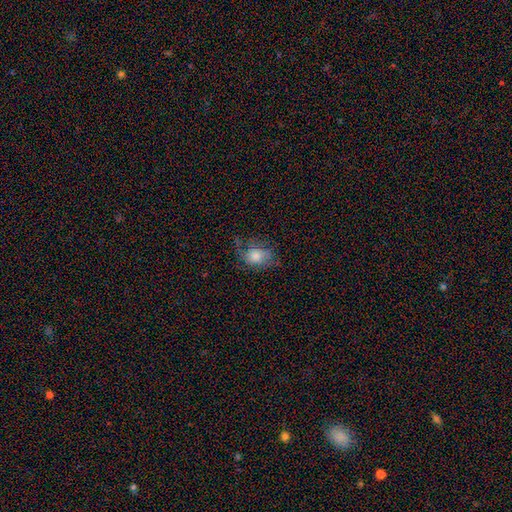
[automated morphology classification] The model was most divided on "merging": none: 50%, minor disturbance: 27%, major disturbance: 20%, merger: 2%. More confident: how rounded — in between (61%); smooth or featured — smooth (59%).